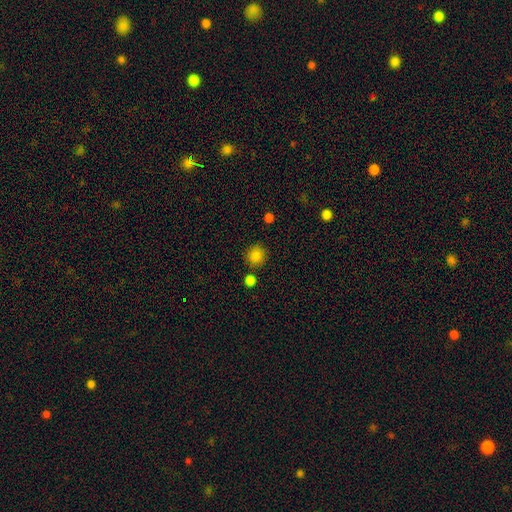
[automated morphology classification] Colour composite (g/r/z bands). It shows a smooth galaxy with no disk features (85%) that is round (91%). Merging: none (84%).